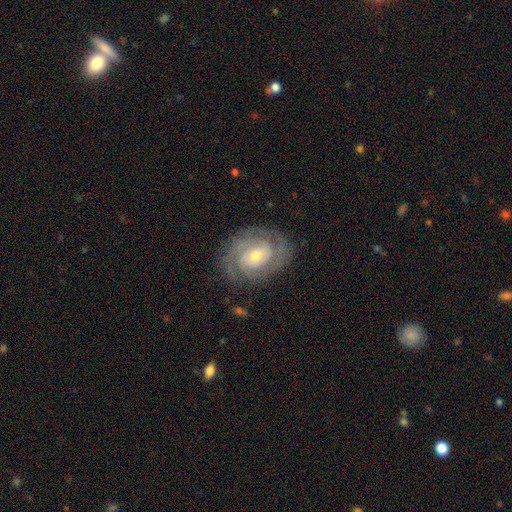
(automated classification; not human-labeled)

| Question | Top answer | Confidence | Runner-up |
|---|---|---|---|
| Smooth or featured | featured or disk | 86% | smooth (8%) |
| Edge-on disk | no | 97% | yes (3%) |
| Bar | no | 61% | weak (31%) |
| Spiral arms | yes | 96% | no (4%) |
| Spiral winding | tight | 69% | medium (26%) |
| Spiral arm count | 2 | 47% | can't tell (21%) |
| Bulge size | moderate | 48% | tied: small (48%) |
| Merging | none | 79% | minor disturbance (14%) |